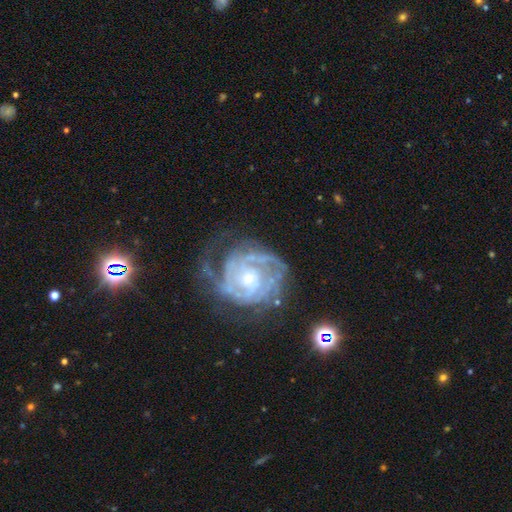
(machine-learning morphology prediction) Overall: featured or disk (88%). Edge-on disk: no (98%). Bar: no (67%; weak 27%). Spiral arms: yes (94%). Spiral arm count: can't tell (33%; 2 27%). Spiral winding: tight (65%; medium 28%). Bulge size: small (50%; moderate 43%). Merging: none (54%; minor disturbance 23%).